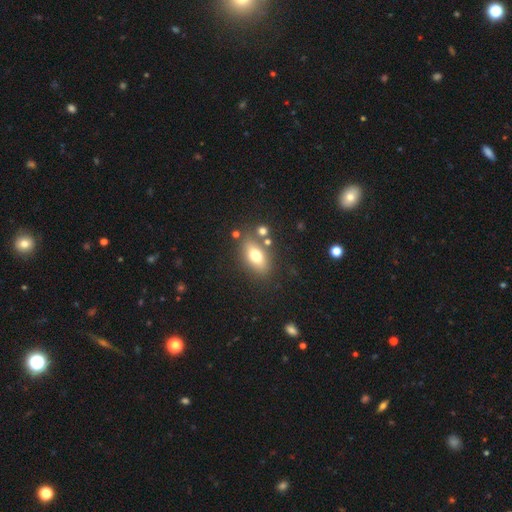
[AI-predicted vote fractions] This appears to be a smooth galaxy with no disk features (69%) that is in between round and cigar-shaped (82%). Merging: none (75%).